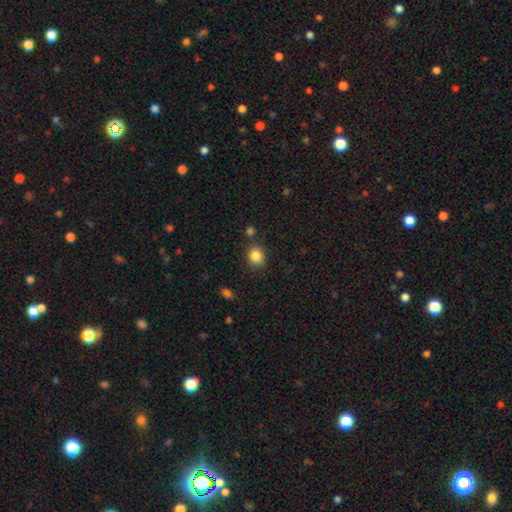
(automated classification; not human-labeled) Smooth or featured? smooth (85%)
How rounded? round (67%)
Merging? none (78%)